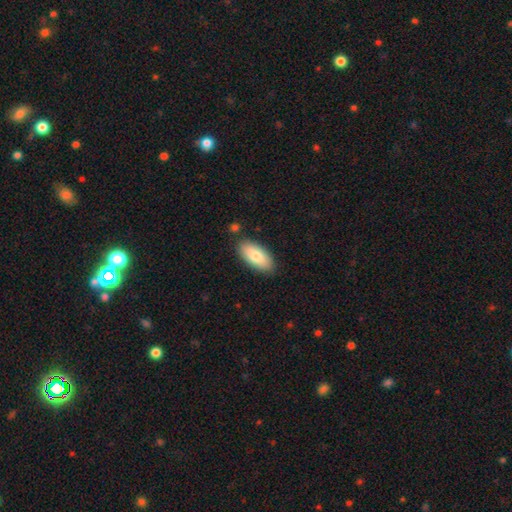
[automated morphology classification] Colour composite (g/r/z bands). It shows a smooth galaxy with no disk features (81%) that is in between round and cigar-shaped (90%). Merging: none (84%).